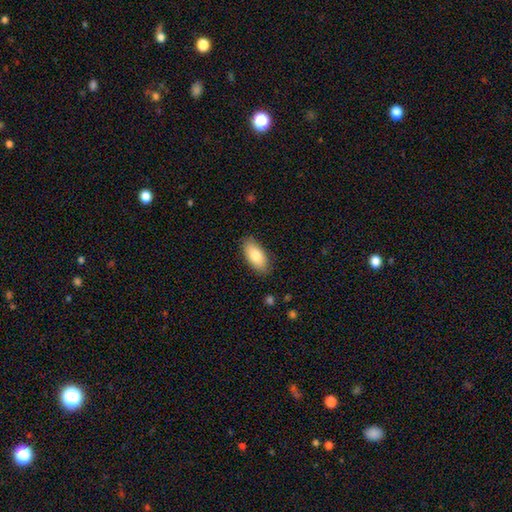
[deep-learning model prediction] This appears to be a smooth galaxy with no disk features (81%) that is in between round and cigar-shaped (91%). Merging: none (85%).